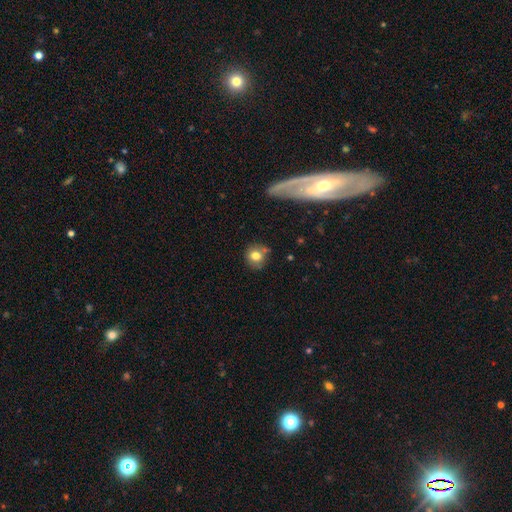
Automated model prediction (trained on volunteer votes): This appears to be a smooth galaxy with no disk features (78%) that is round (84%). Merging: none (70%).